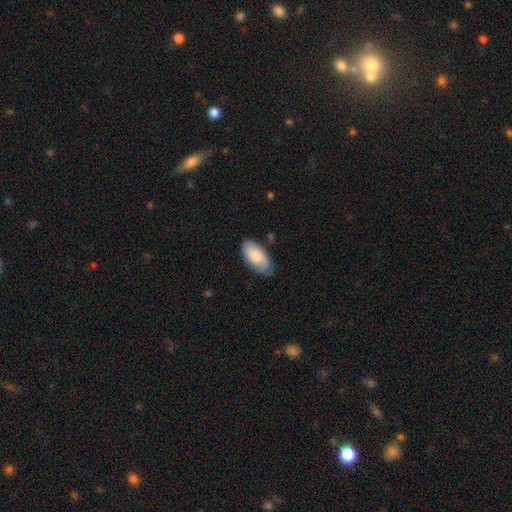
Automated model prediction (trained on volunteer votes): This is likely a smooth galaxy (79%). How rounded: clearly in between (94%). Merging: likely none (74%).